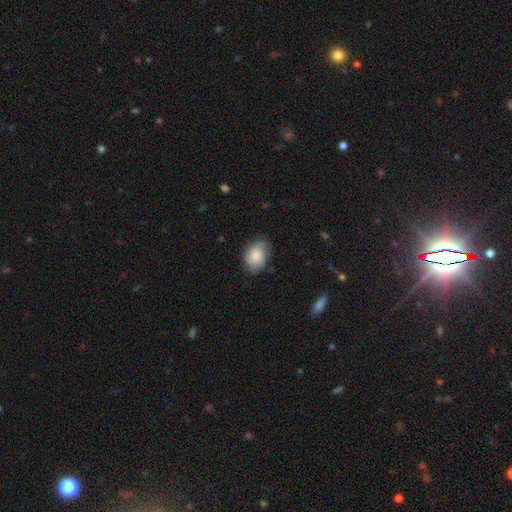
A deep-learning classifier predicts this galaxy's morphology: Q: Smooth or featured?
A: smooth (74%); runner-up: featured or disk (20%)
Q: How rounded?
A: in between (68%); runner-up: round (31%)
Q: Merging?
A: none (64%); runner-up: minor disturbance (28%)